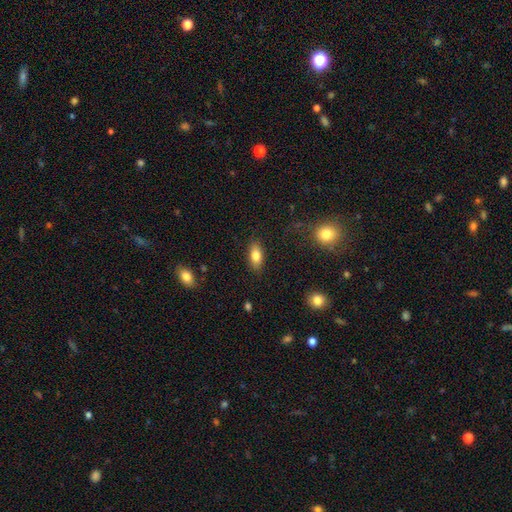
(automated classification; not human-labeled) This appears to be a smooth galaxy with no disk features (80%) that is in between round and cigar-shaped (87%). Merging: none (86%).